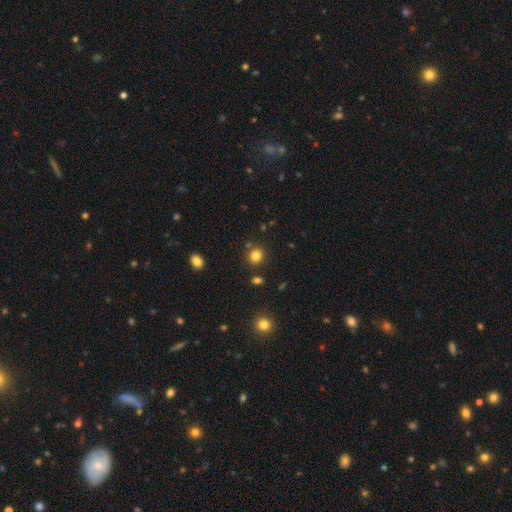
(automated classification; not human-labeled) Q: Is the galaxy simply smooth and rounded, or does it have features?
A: smooth — 82%.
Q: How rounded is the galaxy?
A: round — 81%.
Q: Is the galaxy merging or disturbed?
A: none — 84%.